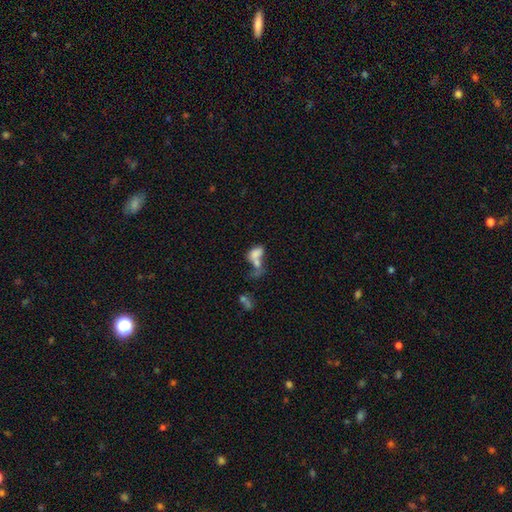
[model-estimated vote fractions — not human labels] Smooth or featured? smooth (64%)
How rounded? in between (84%)
Merging? merger (62%)